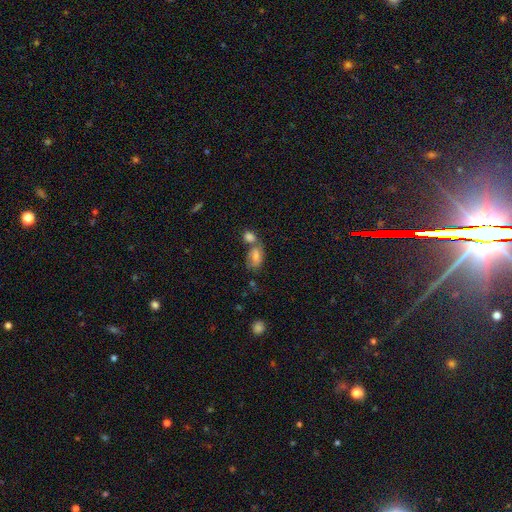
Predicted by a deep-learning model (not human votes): Q: Smooth or featured?
A: smooth (60%); runner-up: featured or disk (28%)
Q: How rounded?
A: in between (84%); runner-up: round (13%)
Q: Merging?
A: merger (44%); runner-up: none (36%)